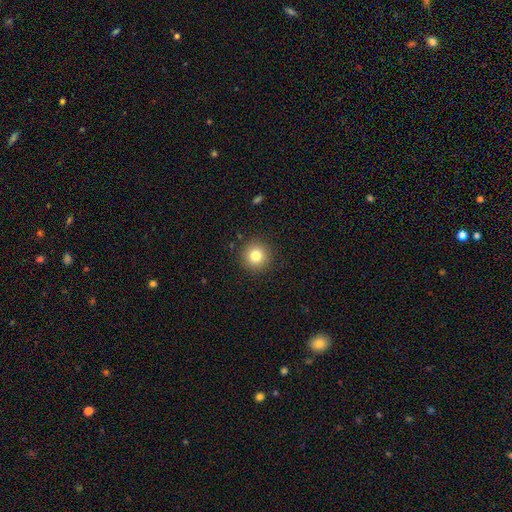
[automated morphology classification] type=smooth (81%); roundness=round (95%); merging=none (91%).